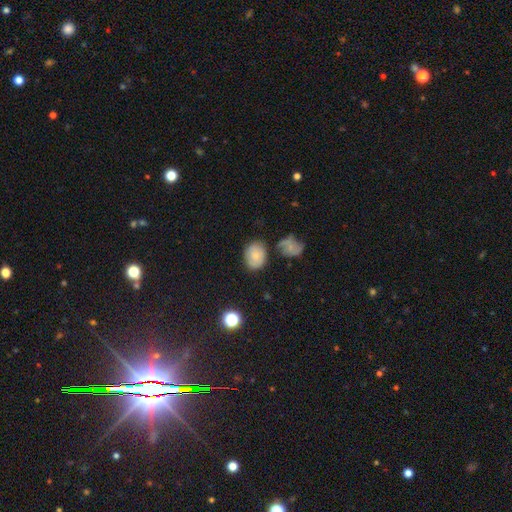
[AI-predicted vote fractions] This is likely a smooth galaxy (72%). How rounded: possibly in between (51%). Merging: likely none (67%).